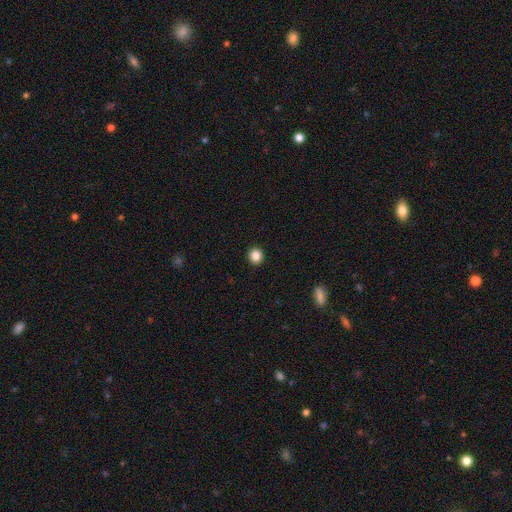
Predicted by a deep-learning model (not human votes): Smooth or featured?
  - smooth: 86% *
  - star or artifact: 10%
  - featured or disk: 4%
How rounded?
  - round: 86% *
  - in between: 14%
  - cigar-shaped: 1%
Merging?
  - none: 93% *
  - minor disturbance: 5%
  - major disturbance: 2%
  - merger: 1%